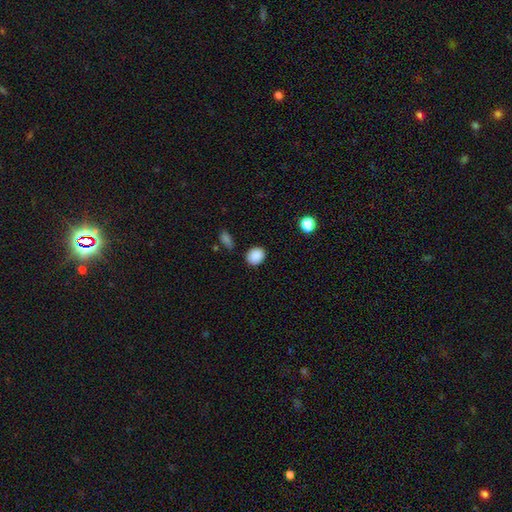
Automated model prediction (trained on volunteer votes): Morphology: type=smooth (88%); roundness=round (59%); merging=none (84%).